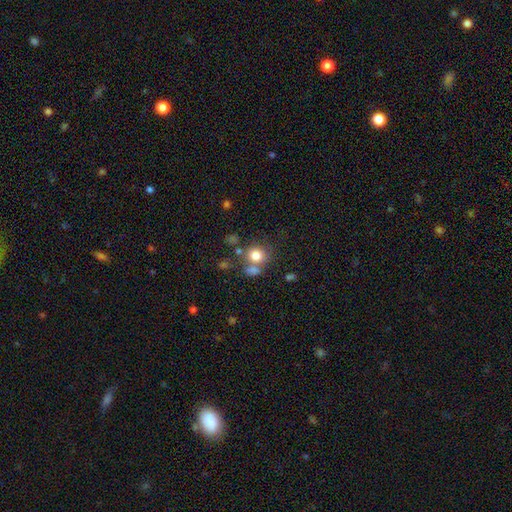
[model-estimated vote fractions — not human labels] Smooth or featured: smooth — 79% (star or artifact — 11%)
How rounded: round — 78% (in between — 21%)
Merging: none — 58% (merger — 24%)